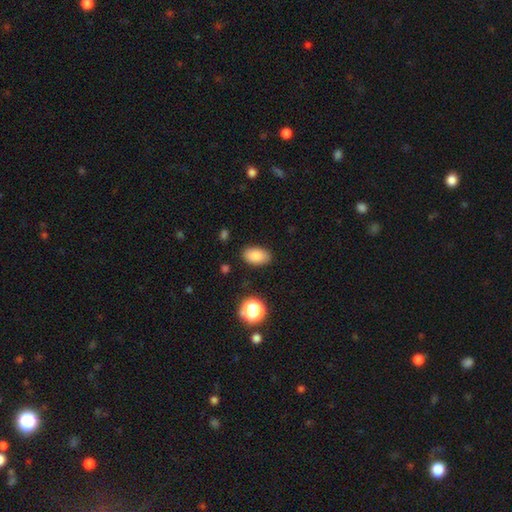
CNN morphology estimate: The model was most divided on "merging": none: 85%, minor disturbance: 10%, major disturbance: 3%, merger: 1%. More confident: how rounded — in between (91%); smooth or featured — smooth (85%).